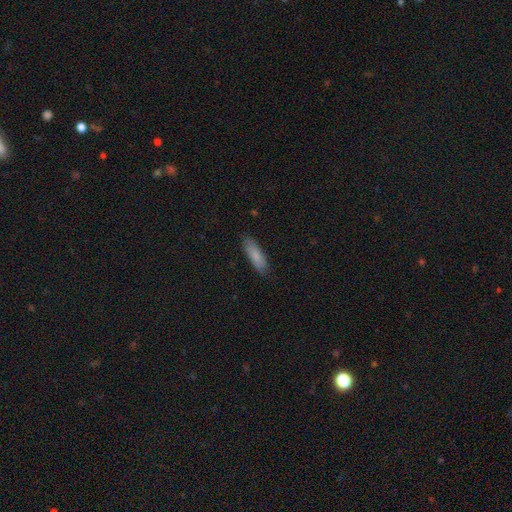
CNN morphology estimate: type=smooth (81%); roundness=in between (51%); merging=none (84%).